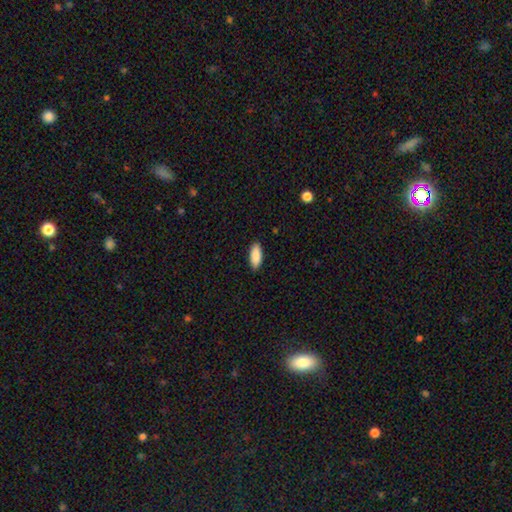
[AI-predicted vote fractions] Q: Smooth or featured?
A: smooth (90%); runner-up: star or artifact (6%)
Q: How rounded?
A: in between (83%); runner-up: cigar-shaped (16%)
Q: Merging?
A: none (89%); runner-up: minor disturbance (8%)